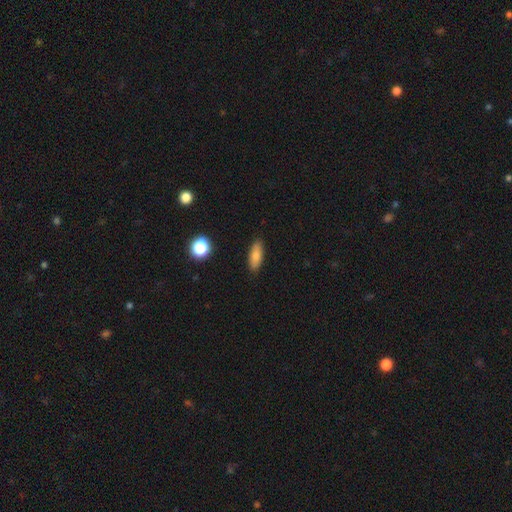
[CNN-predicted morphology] smooth_or_featured: smooth (p=0.80) [alt: featured or disk p=0.12]
how_rounded: in between (p=0.66) [alt: cigar-shaped p=0.31]
merging: none (p=0.88) [alt: minor disturbance p=0.09]